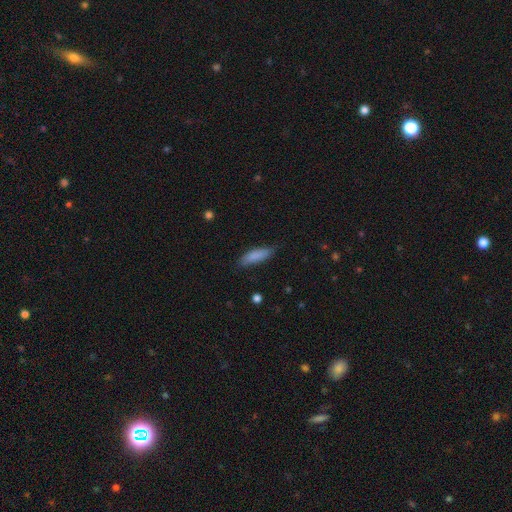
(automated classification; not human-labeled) Smooth or featured? smooth (85%)
How rounded? cigar-shaped (50%)
Merging? none (76%)